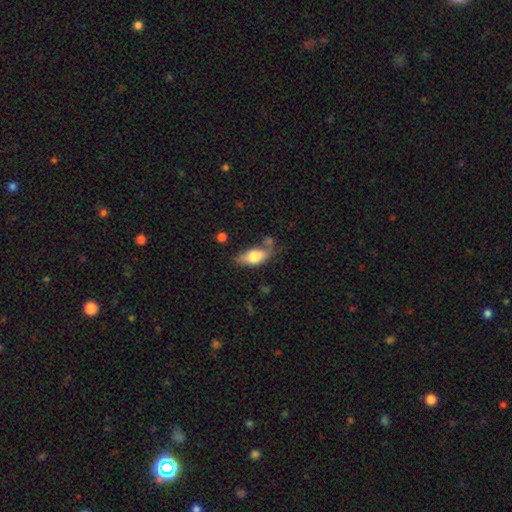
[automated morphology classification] Overall: smooth (71%). How rounded: in between (84%). Merging: none (50%; minor disturbance 27%).